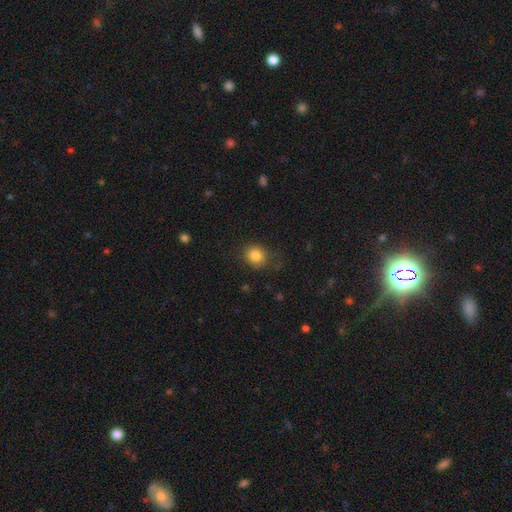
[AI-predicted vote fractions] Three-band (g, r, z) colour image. It shows a smooth galaxy with no disk features (84%) that is round (78%). Merging: none (76%).